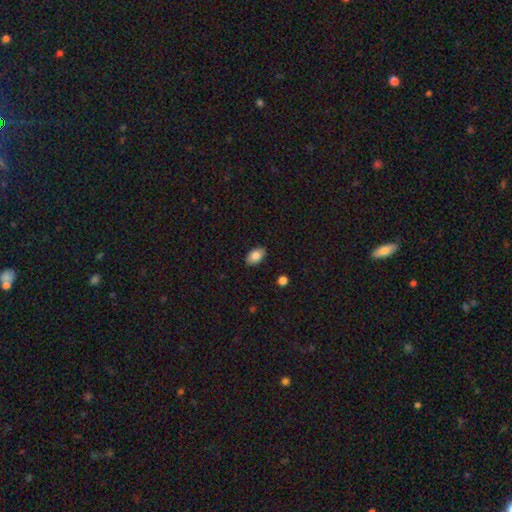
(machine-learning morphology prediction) A smooth galaxy with no disk features (83%) that is in between round and cigar-shaped (90%). Merging: none (87%).